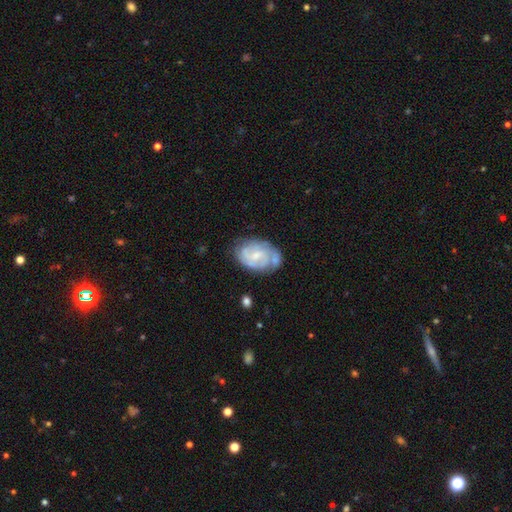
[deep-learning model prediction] Smooth or featured? featured or disk (74%)
Edge-on disk? no (97%)
Bar? no (51%)
Spiral arms? yes (89%)
Spiral winding? tight (55%)
Spiral arm count? 2 (38%)
Bulge size? small (53%)
Merging? none (63%)